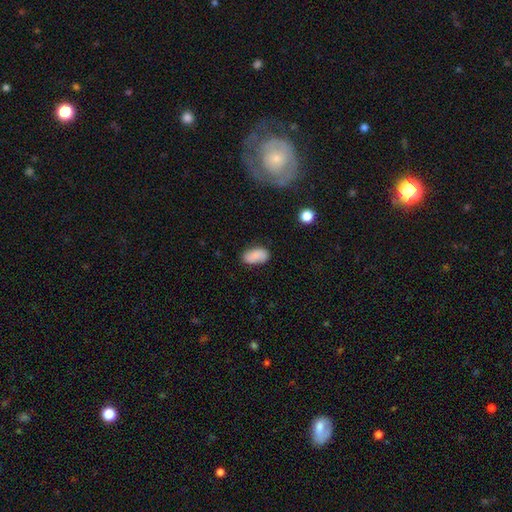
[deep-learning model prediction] A smooth galaxy with no disk features (83%) that is in between round and cigar-shaped (93%).

Vote fractions:
- Smooth or featured? smooth: 83% / featured or disk: 10% / star or artifact: 8%
- How rounded? in between: 93% / round: 4% / cigar-shaped: 2%
- Merging? none: 76% / minor disturbance: 18% / major disturbance: 4% / merger: 2%